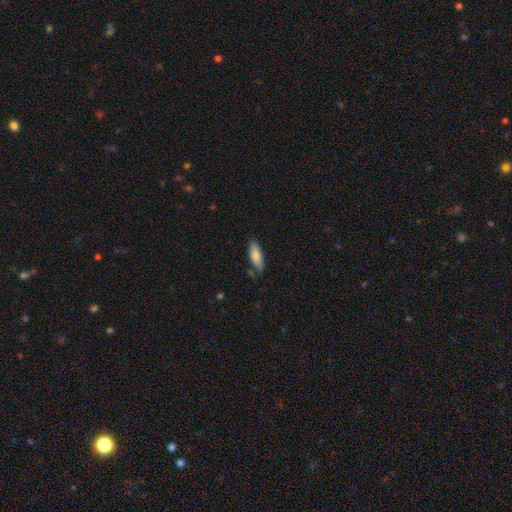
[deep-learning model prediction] The model was most divided on "how rounded": in between: 58%, cigar-shaped: 40%, round: 2%. More confident: smooth or featured — smooth (82%); merging — none (75%).